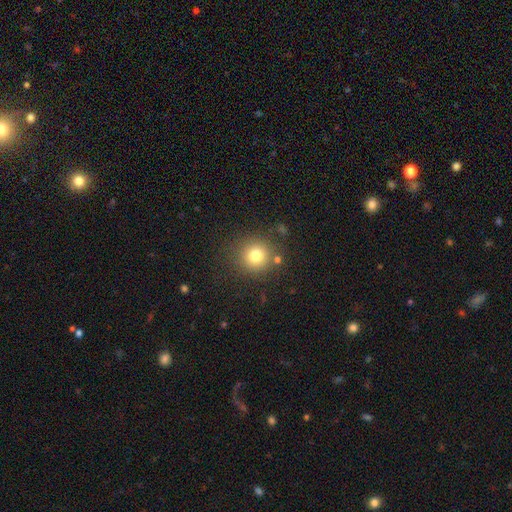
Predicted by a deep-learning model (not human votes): Q: Smooth or featured?
A: smooth (78%); runner-up: star or artifact (14%)
Q: How rounded?
A: round (93%); runner-up: in between (6%)
Q: Merging?
A: none (82%); runner-up: minor disturbance (9%)